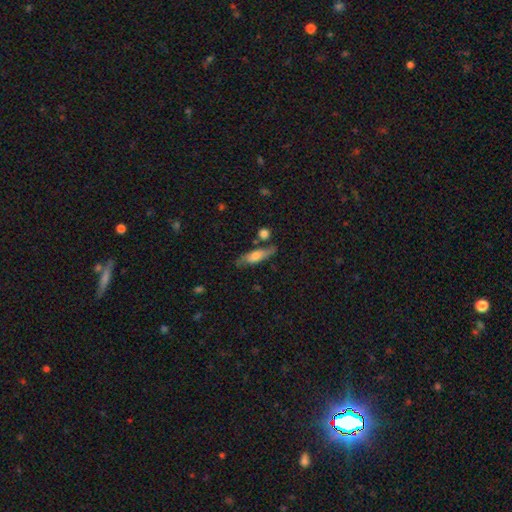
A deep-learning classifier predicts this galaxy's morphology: Smooth or featured? smooth (51%)
How rounded? cigar-shaped (57%)
Merging? none (68%)